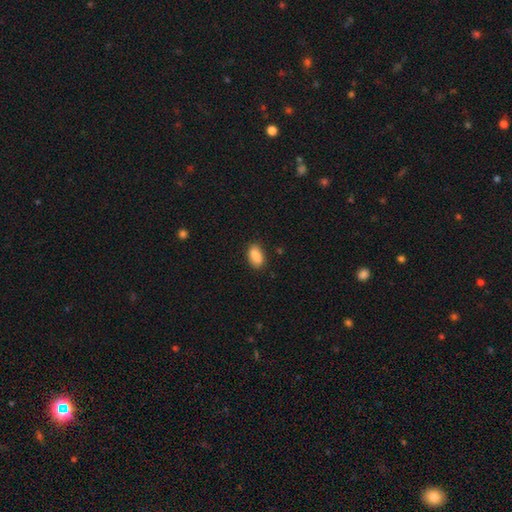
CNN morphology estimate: The model was most divided on "merging": none: 84%, minor disturbance: 12%, major disturbance: 3%, merger: 2%. More confident: how rounded — in between (89%); smooth or featured — smooth (88%).